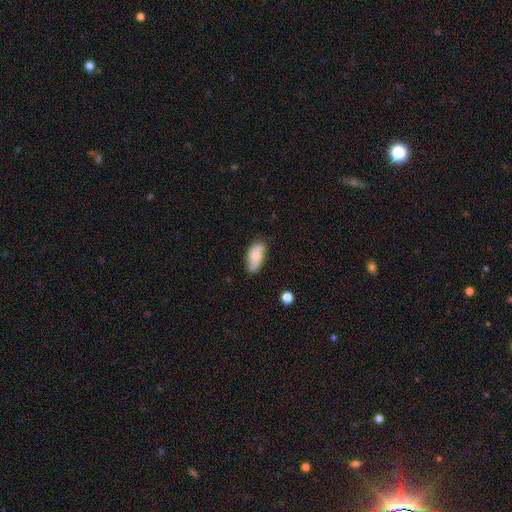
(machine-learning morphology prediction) Smooth or featured? Predicted: smooth (p=0.61). How rounded? Predicted: in between (p=0.87). Merging? Predicted: none (p=0.67).